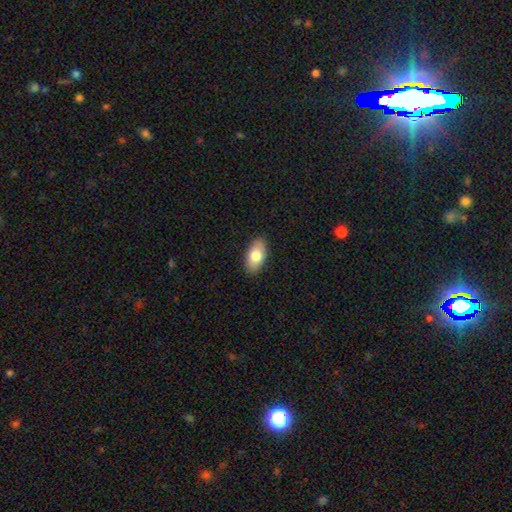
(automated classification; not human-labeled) Morphology: type=smooth (79%); roundness=in between (93%); merging=none (89%).